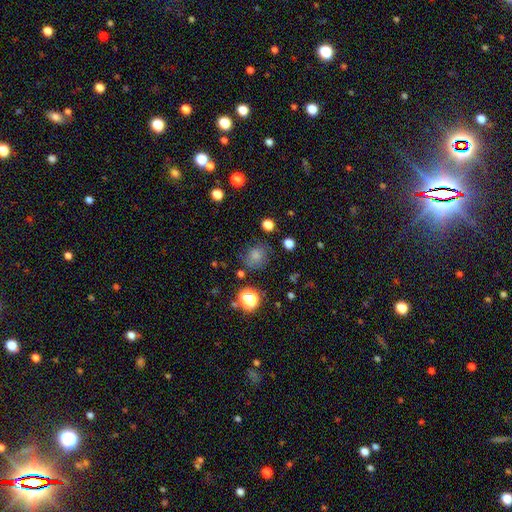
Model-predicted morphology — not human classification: Smooth or featured? Predicted: smooth (p=0.75). How rounded? Predicted: round (p=0.71). Merging? Predicted: none (p=0.69).